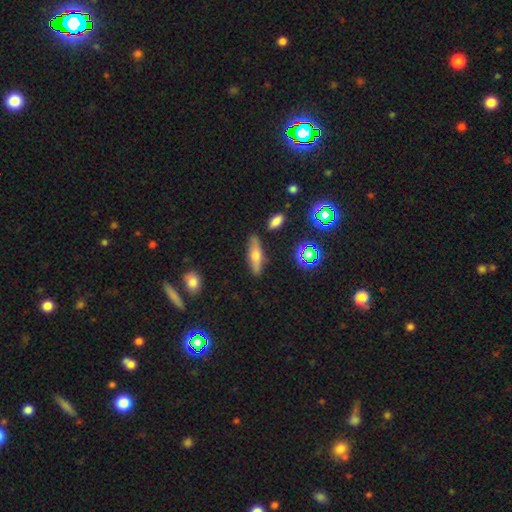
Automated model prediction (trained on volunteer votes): smooth-or-featured: smooth: 52% | featured or disk: 38% | star or artifact: 10%
  how-rounded: cigar-shaped: 55% | in between: 41% | round: 4%
  merging: none: 84% | minor disturbance: 11% | merger: 3% | major disturbance: 2%